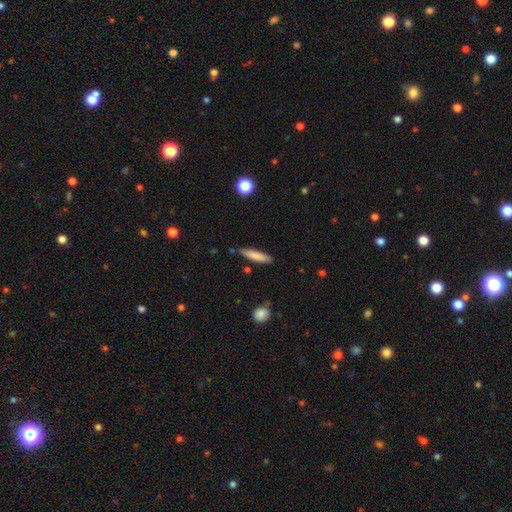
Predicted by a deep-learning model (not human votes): This appears to be a smooth galaxy with no disk features (81%) that is cigar-shaped (84%). Merging: none (83%).